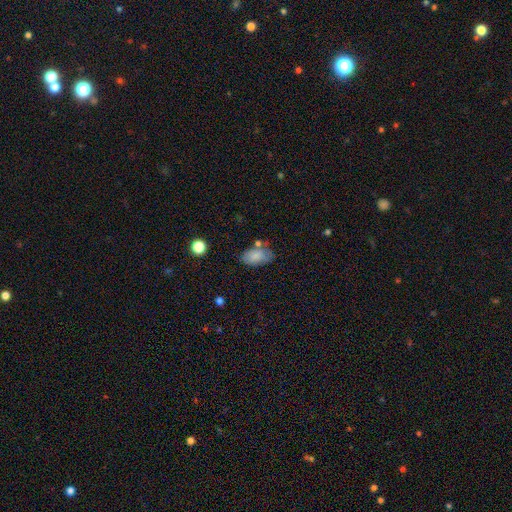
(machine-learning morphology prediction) smooth_or_featured: smooth (p=0.82) [alt: featured or disk p=0.10]
how_rounded: in between (p=0.93) [alt: round p=0.05]
merging: none (p=0.62) [alt: minor disturbance p=0.22]